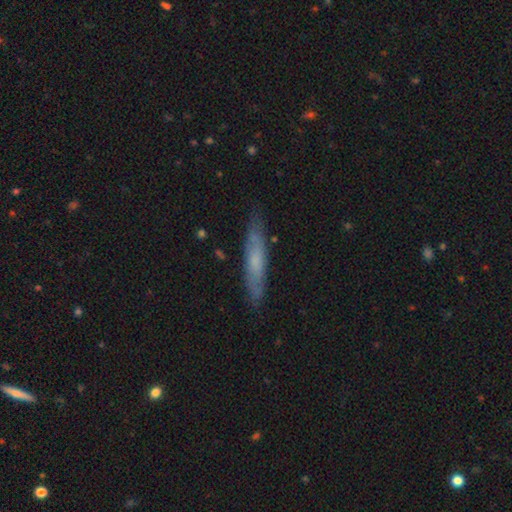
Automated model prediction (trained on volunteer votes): Smooth or featured?
  - featured or disk: 47% *
  - smooth: 46%
  - star or artifact: 7%
Merging?
  - none: 84% *
  - minor disturbance: 13%
  - major disturbance: 2%
  - merger: 1%